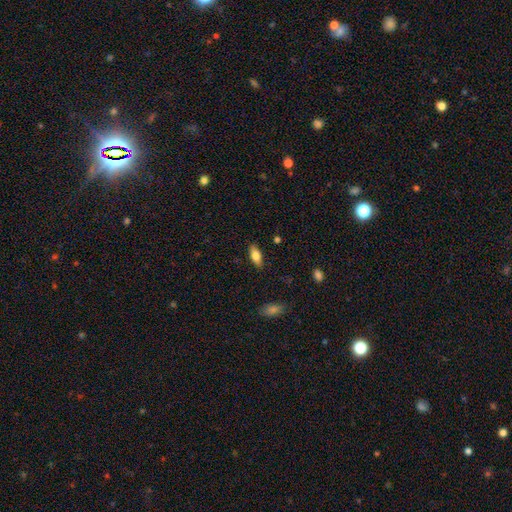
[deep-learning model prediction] A smooth galaxy with no disk features (76%) that is in between round and cigar-shaped (82%). Merging: none (87%).